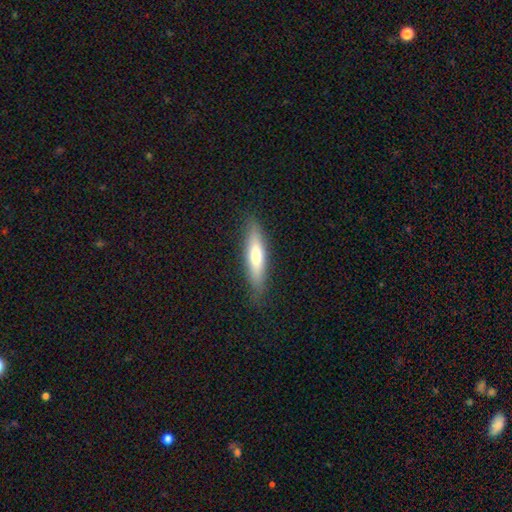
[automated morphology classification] Smooth or featured: smooth — 61% (featured or disk — 33%)
How rounded: cigar-shaped — 79% (in between — 20%)
Merging: none — 85% (minor disturbance — 12%)